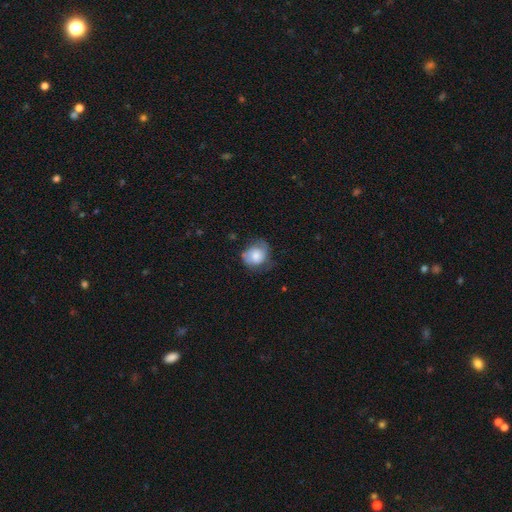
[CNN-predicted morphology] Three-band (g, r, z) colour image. It shows a smooth galaxy with no disk features (71%) that is round (63%). Merging: none (48%).